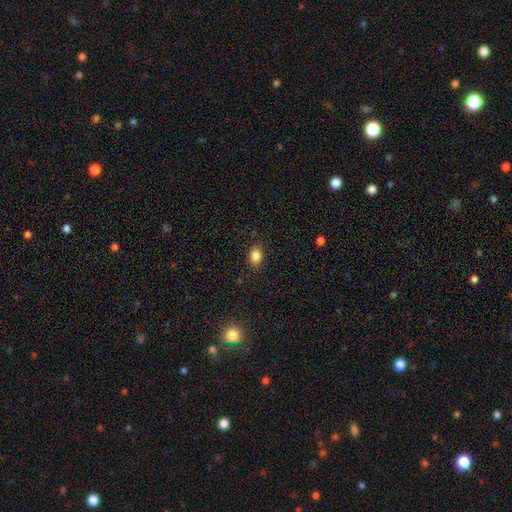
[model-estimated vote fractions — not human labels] This is clearly a smooth galaxy (85%). How rounded: likely in between (77%). Merging: clearly none (86%).